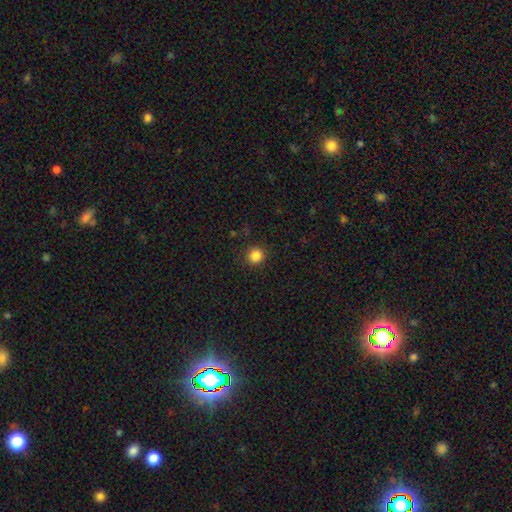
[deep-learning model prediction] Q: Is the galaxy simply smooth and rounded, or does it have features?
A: smooth — 84%.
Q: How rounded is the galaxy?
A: round — 92%.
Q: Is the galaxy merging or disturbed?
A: none — 90%.